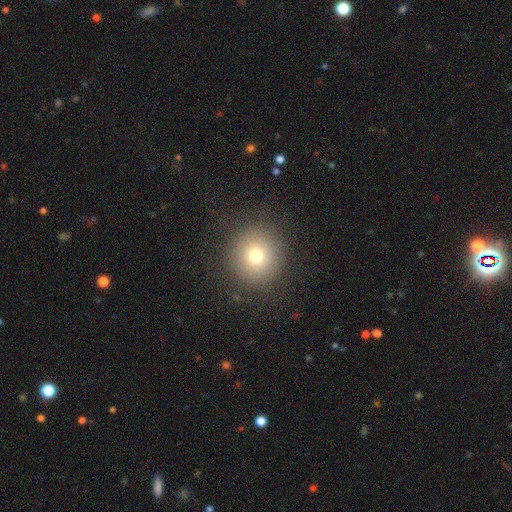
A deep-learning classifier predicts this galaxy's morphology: Smooth or featured: smooth — 73% (star or artifact — 15%)
How rounded: round — 94% (in between — 5%)
Merging: none — 87% (minor disturbance — 7%)